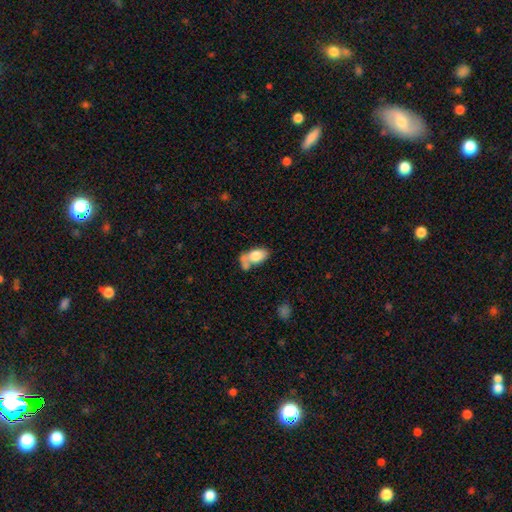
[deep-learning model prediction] Smooth or featured: smooth — 76% (featured or disk — 17%)
How rounded: in between — 89% (round — 9%)
Merging: merger — 43% (none — 30%)